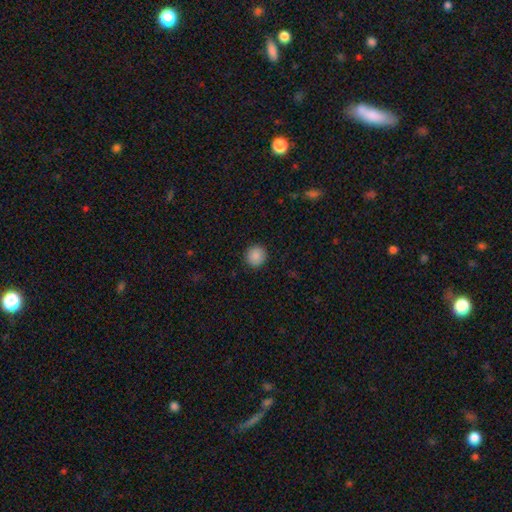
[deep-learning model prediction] Overall: smooth (88%). How rounded: round (93%). Merging: none (92%).